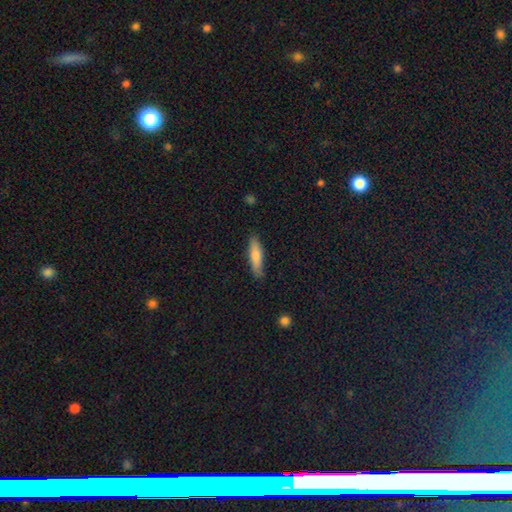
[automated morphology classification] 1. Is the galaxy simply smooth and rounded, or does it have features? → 76% smooth, 19% featured or disk, 6% star or artifact.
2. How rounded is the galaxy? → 71% cigar-shaped, 27% in between, 2% round.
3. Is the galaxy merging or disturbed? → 83% none, 13% minor disturbance, 2% major disturbance, 1% merger.